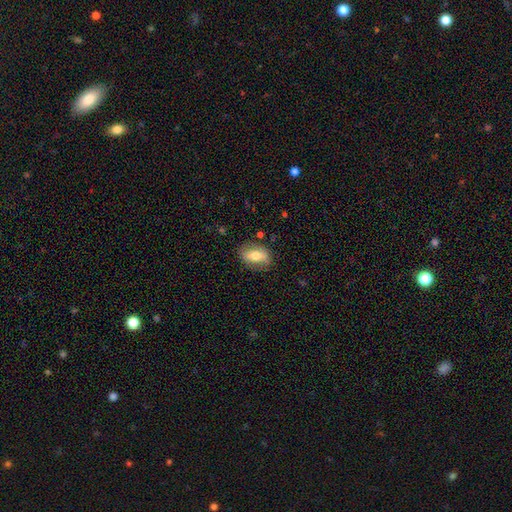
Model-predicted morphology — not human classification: Smooth or featured: smooth — 58% (featured or disk — 35%)
How rounded: in between — 78% (round — 18%)
Merging: none — 78% (minor disturbance — 15%)